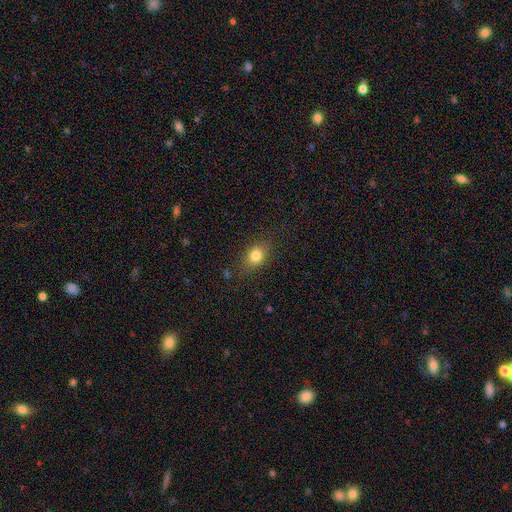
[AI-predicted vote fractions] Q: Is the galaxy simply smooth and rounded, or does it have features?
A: smooth — 80%.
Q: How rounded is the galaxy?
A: in between — 64%.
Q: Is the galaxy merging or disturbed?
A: none — 80%.